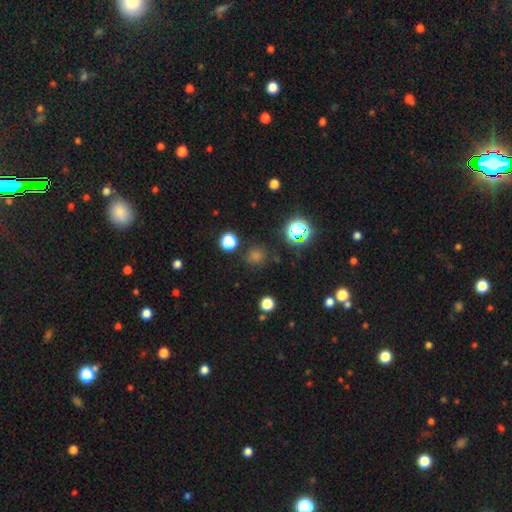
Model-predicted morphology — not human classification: Smooth or featured: smooth — 56% (star or artifact — 38%)
How rounded: round — 91% (in between — 8%)
Merging: none — 86% (minor disturbance — 8%)